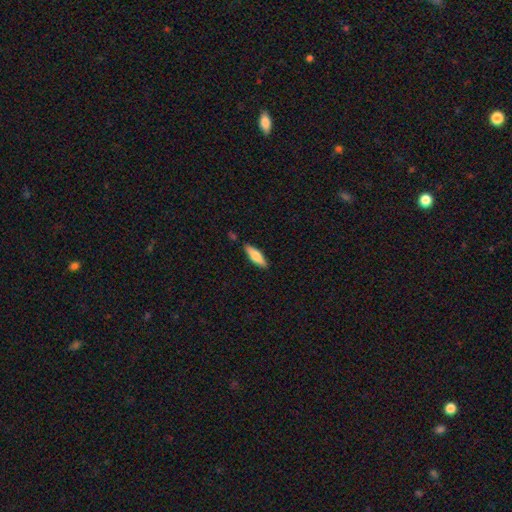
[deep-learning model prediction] smooth 71%, featured or disk 23%, star or artifact 6%. Down the decision tree: how rounded — cigar-shaped (56%); merging — none (83%).